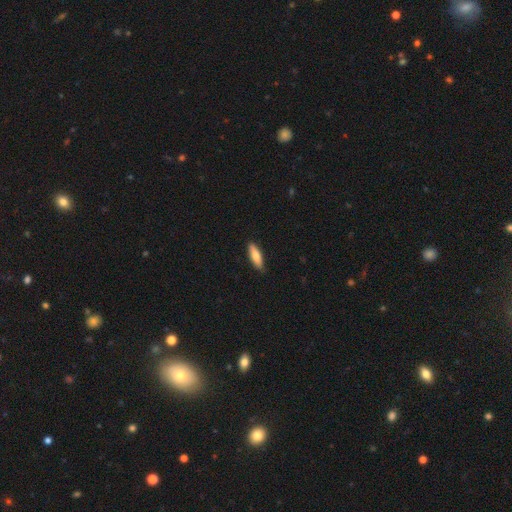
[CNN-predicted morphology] smooth 74%, featured or disk 20%, star or artifact 5%. Down the decision tree: how rounded — cigar-shaped (56%); merging — none (87%).